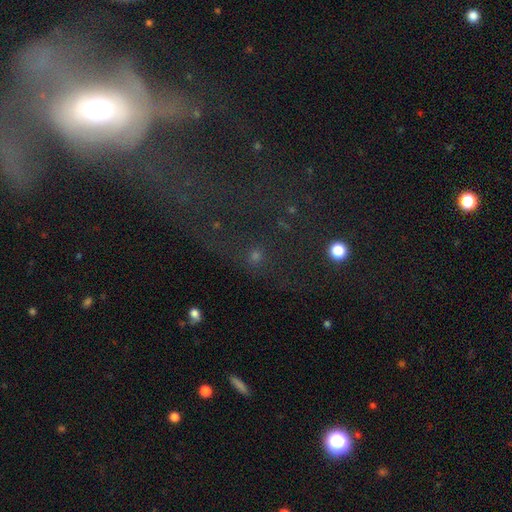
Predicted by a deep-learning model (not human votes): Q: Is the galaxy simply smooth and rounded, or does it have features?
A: smooth — 49%.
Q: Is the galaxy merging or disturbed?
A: none — 74%.